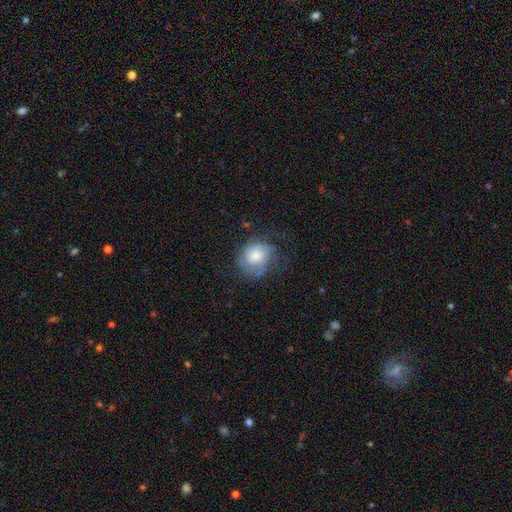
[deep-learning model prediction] The model was most divided on "smooth or featured": smooth: 49%, featured or disk: 43%, star or artifact: 8%. Remaining: merging — none (50%).